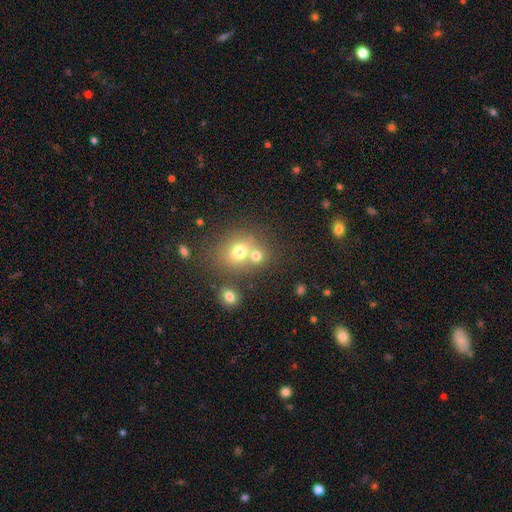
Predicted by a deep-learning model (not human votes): smooth_or_featured: smooth (p=0.72) [alt: star or artifact p=0.15]
how_rounded: round (p=0.73) [alt: in between p=0.26]
merging: merger (p=0.44) [tied with: none p=0.44]